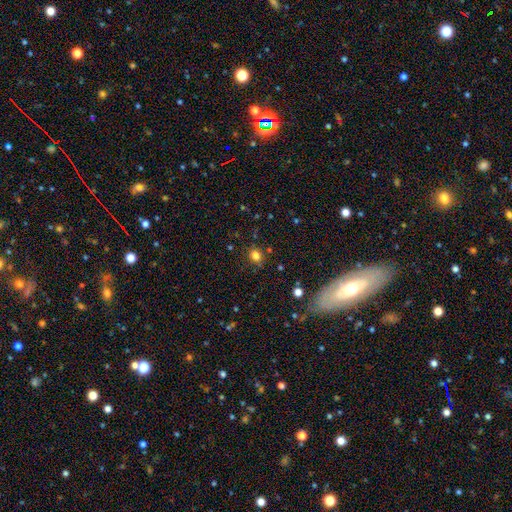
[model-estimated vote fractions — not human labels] smooth_or_featured: smooth (p=0.79) [alt: star or artifact p=0.15]
how_rounded: round (p=0.60) [alt: in between p=0.39]
merging: none (p=0.82) [alt: minor disturbance p=0.12]